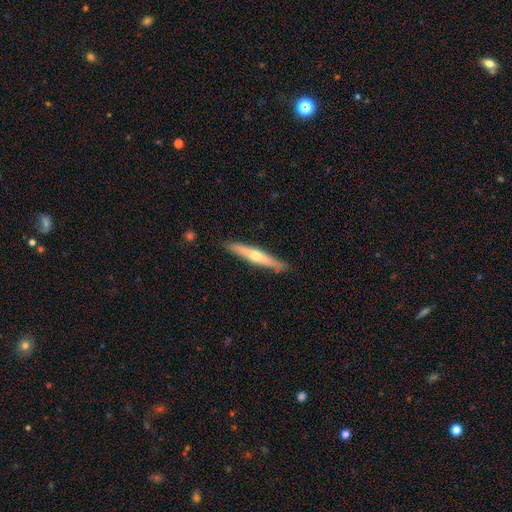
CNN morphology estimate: featured or disk 55%, smooth 40%, star or artifact 5%. Down the decision tree: edge-on disk — yes (94%); edge-on bulge — rounded (84%); merging — none (89%).